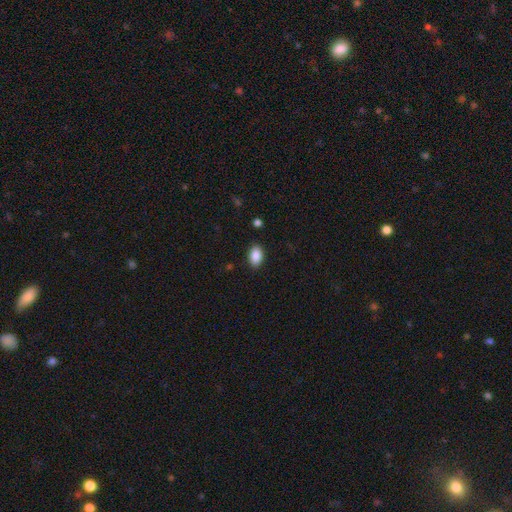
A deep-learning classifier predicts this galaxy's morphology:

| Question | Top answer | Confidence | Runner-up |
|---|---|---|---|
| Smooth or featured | smooth | 89% | star or artifact (8%) |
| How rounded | in between | 90% | round (8%) |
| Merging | none | 87% | minor disturbance (9%) |